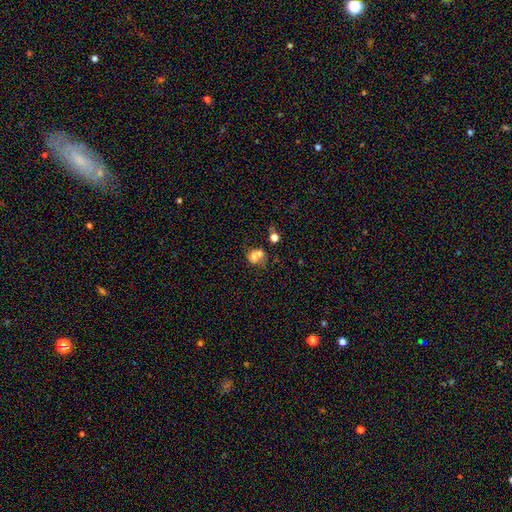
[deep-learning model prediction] A smooth galaxy with no disk features (65%) that is round (65%). Merging: merger (63%).